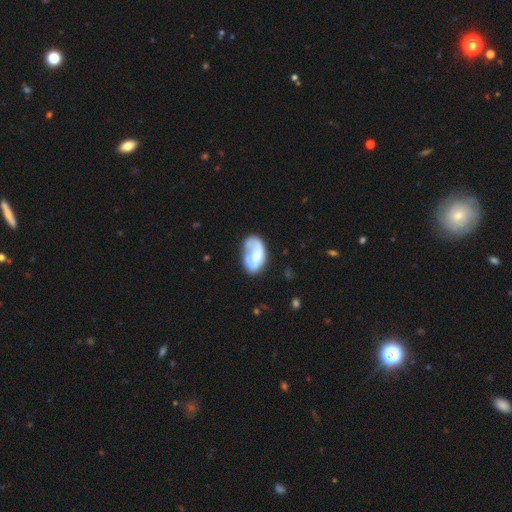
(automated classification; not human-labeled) Q: Smooth or featured?
A: featured or disk (47%); runner-up: smooth (46%)
Q: Merging?
A: none (49%); runner-up: minor disturbance (28%)